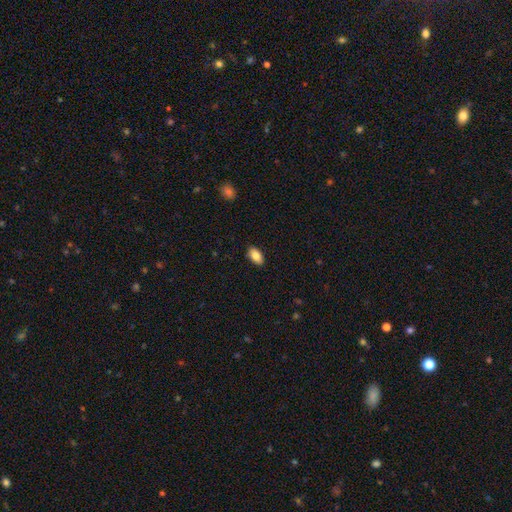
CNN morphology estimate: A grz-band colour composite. It shows a smooth galaxy with no disk features (84%) that is in between round and cigar-shaped (93%). Merging: none (89%).